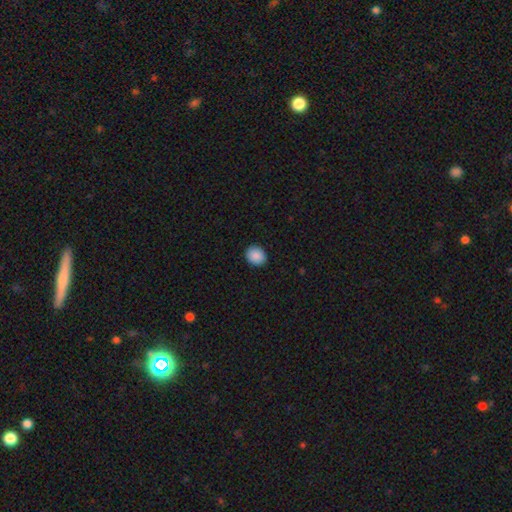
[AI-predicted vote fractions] Smooth or featured: smooth — 90% (star or artifact — 8%)
How rounded: round — 61% (in between — 38%)
Merging: none — 91% (minor disturbance — 6%)